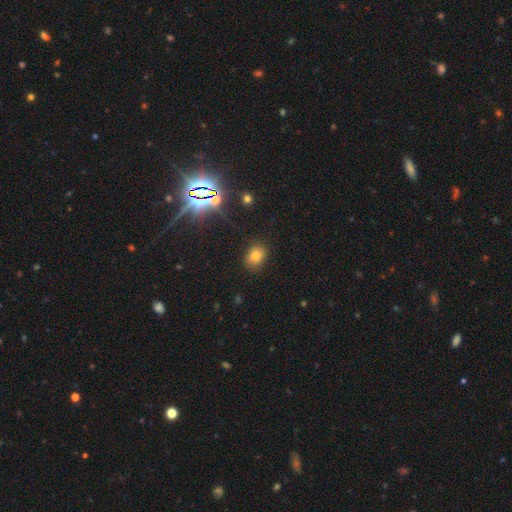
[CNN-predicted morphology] Smooth or featured? Predicted: smooth (p=0.72). How rounded? Predicted: in between (p=0.51). Merging? Predicted: none (p=0.85).